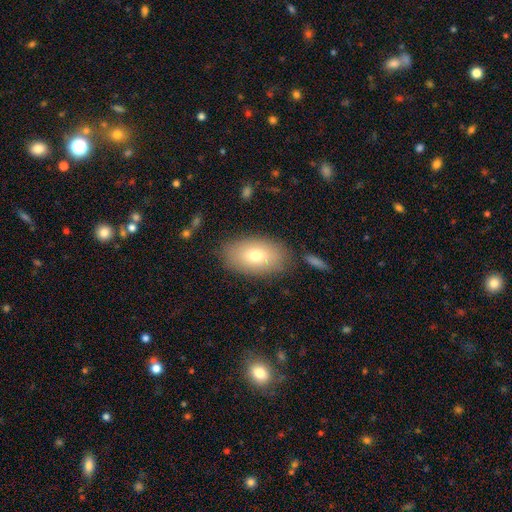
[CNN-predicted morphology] Smooth or featured?
  - smooth: 74% *
  - featured or disk: 18%
  - star or artifact: 8%
How rounded?
  - in between: 91% *
  - round: 7%
  - cigar-shaped: 2%
Merging?
  - none: 82% *
  - minor disturbance: 11%
  - major disturbance: 4%
  - merger: 3%